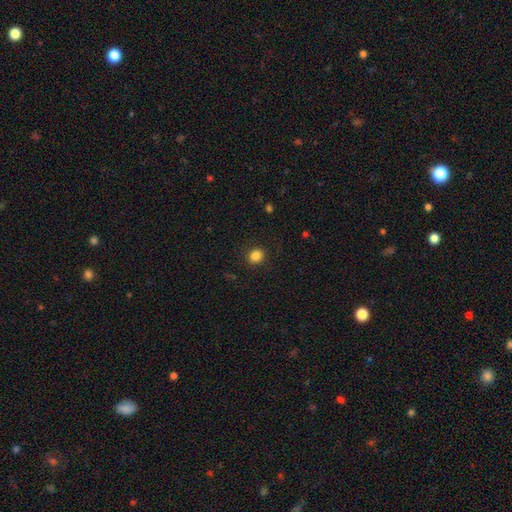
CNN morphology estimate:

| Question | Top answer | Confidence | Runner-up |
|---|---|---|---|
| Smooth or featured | smooth | 85% | star or artifact (11%) |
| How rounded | round | 76% | in between (23%) |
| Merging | none | 89% | minor disturbance (7%) |